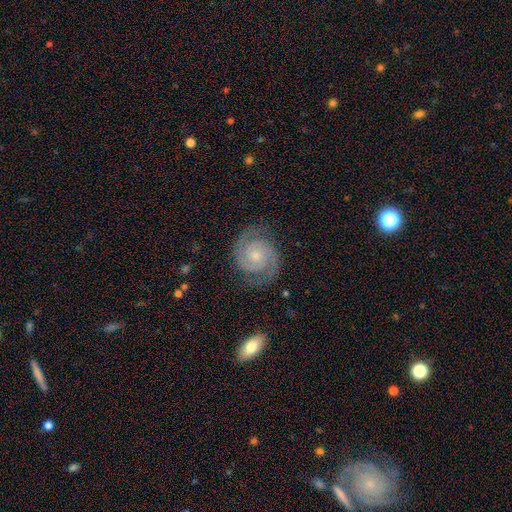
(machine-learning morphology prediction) type=featured or disk (88%); edge-on=no (98%); bar=no (71%); spiral arms=yes (98%); winding=tight (64%); arm count=2 (90%); bulge=small (58%); merging=none (80%).